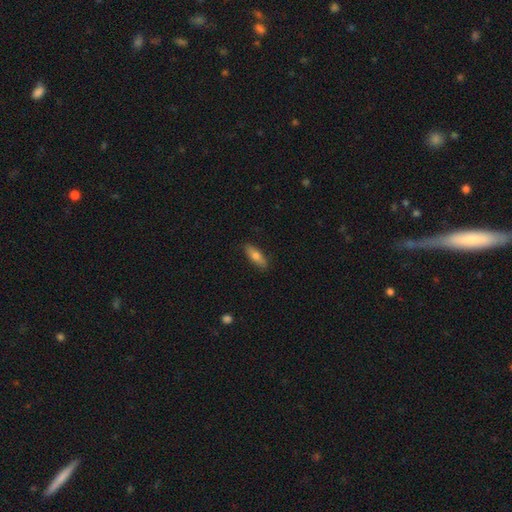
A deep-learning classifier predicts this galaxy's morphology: The model was most divided on "how rounded": in between: 50%, cigar-shaped: 47%, round: 3%. More confident: merging — none (87%); smooth or featured — smooth (68%).